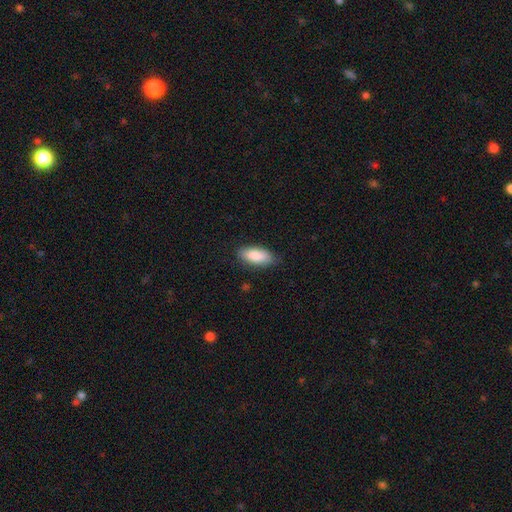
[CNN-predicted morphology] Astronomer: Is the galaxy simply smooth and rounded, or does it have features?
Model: smooth — 87%.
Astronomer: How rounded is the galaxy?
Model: in between — 84%.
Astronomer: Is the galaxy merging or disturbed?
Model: none — 82%.